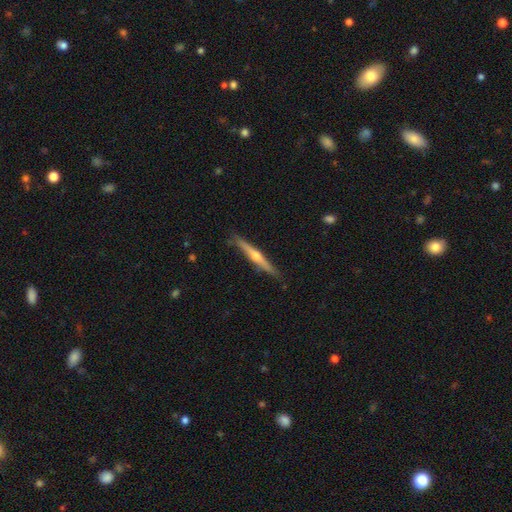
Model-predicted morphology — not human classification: Smooth or featured: featured or disk — 74% (smooth — 21%)
Edge-on disk: yes — 98% (no — 2%)
Edge-on bulge: rounded — 90% (none — 7%)
Merging: none — 88% (minor disturbance — 9%)